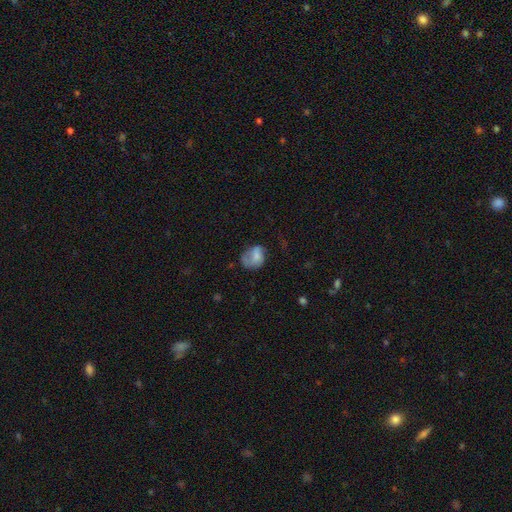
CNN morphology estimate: Smooth or featured? Predicted: smooth (p=0.67). How rounded? Predicted: in between (p=0.55). Merging? Predicted: none (p=0.38).